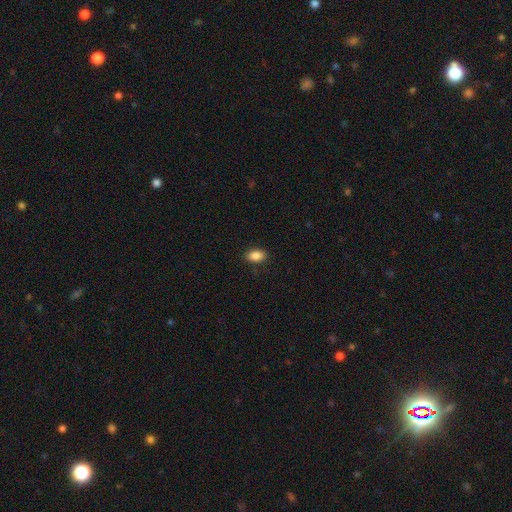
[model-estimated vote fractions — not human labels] Smooth or featured? Predicted: smooth (p=0.88). How rounded? Predicted: in between (p=0.90). Merging? Predicted: none (p=0.88).